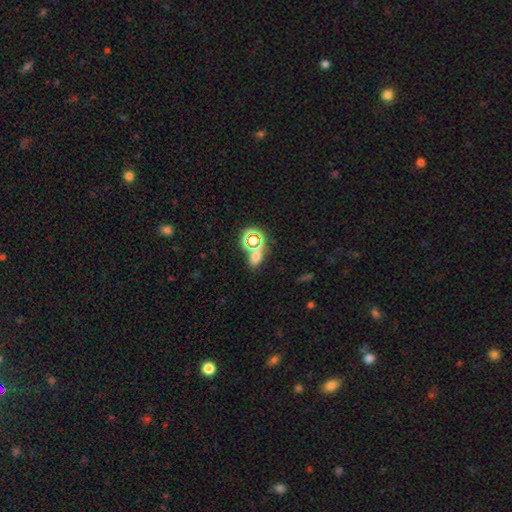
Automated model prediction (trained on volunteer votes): Smooth or featured? Predicted: smooth (p=0.57). How rounded? Predicted: in between (p=0.63). Merging? Predicted: none (p=0.64).